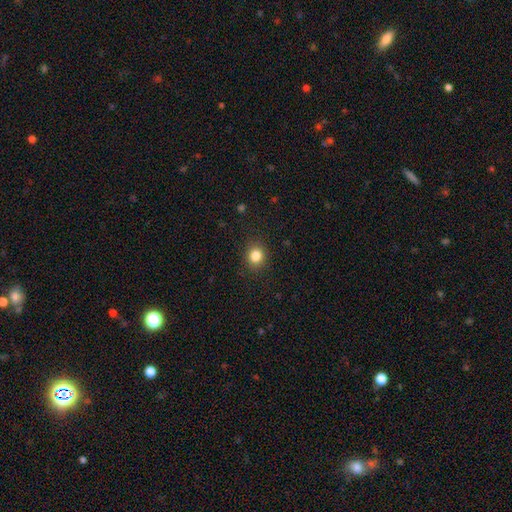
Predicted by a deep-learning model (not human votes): smooth-or-featured: smooth: 83% | star or artifact: 11% | featured or disk: 5%
  how-rounded: round: 78% | in between: 21% | cigar-shaped: 1%
  merging: none: 89% | minor disturbance: 8% | major disturbance: 3% | merger: 1%